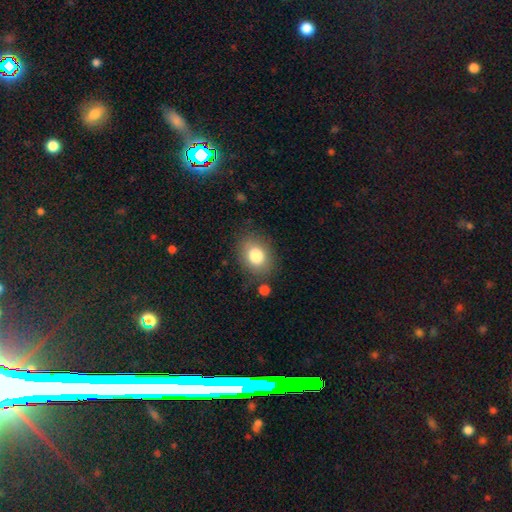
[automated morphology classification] A smooth galaxy with no disk features (80%) that is in between round and cigar-shaped (57%). Merging: none (79%).